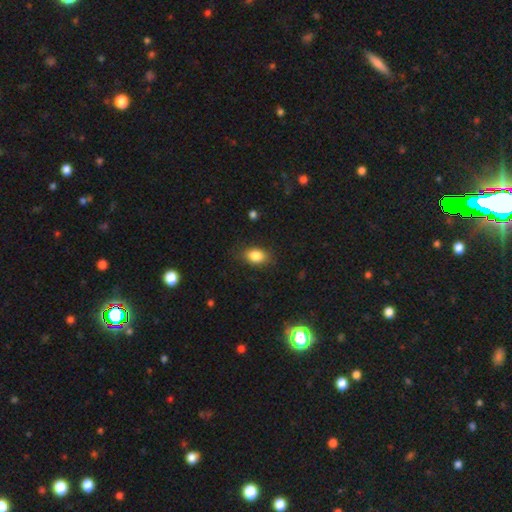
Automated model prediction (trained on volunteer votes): A smooth galaxy with no disk features (84%) that is in between round and cigar-shaped (79%). Merging: none (81%).